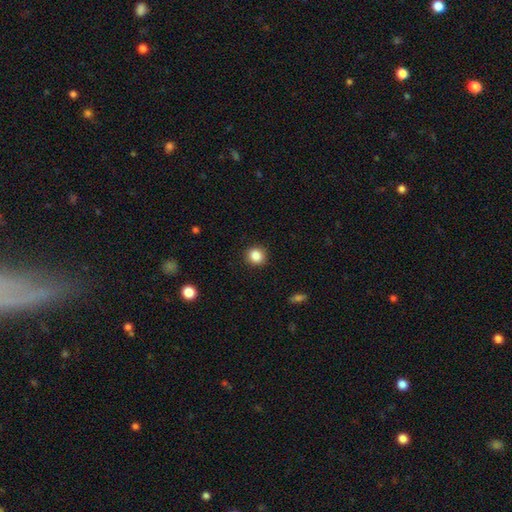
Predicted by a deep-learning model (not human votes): smooth 86%, star or artifact 10%, featured or disk 4%. Down the decision tree: how rounded — round (87%); merging — none (91%).